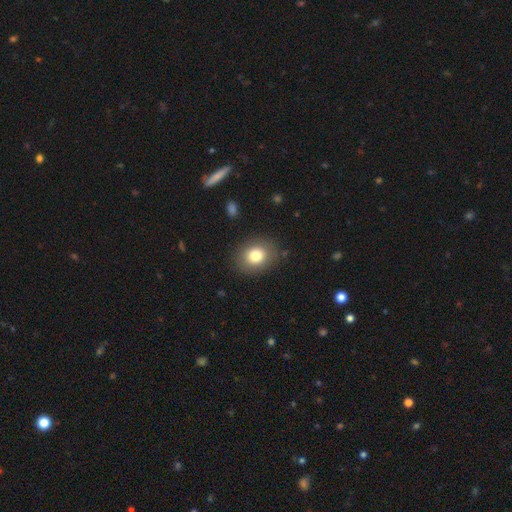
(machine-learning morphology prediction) smooth-or-featured: smooth: 79% | featured or disk: 12% | star or artifact: 10%
  how-rounded: round: 55% | in between: 44% | cigar-shaped: 1%
  merging: none: 86% | minor disturbance: 9% | major disturbance: 3% | merger: 1%